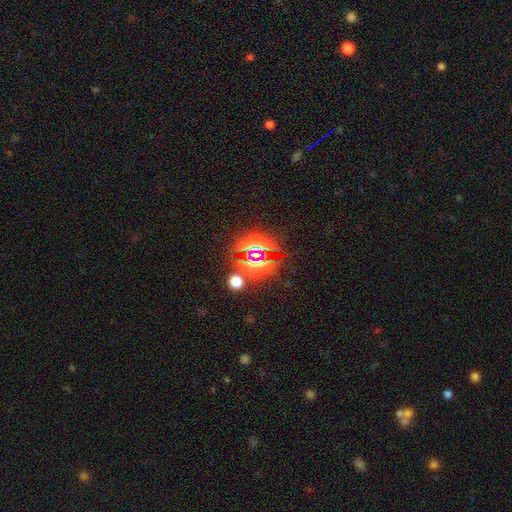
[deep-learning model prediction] Morphology: type=star or artifact (74%).